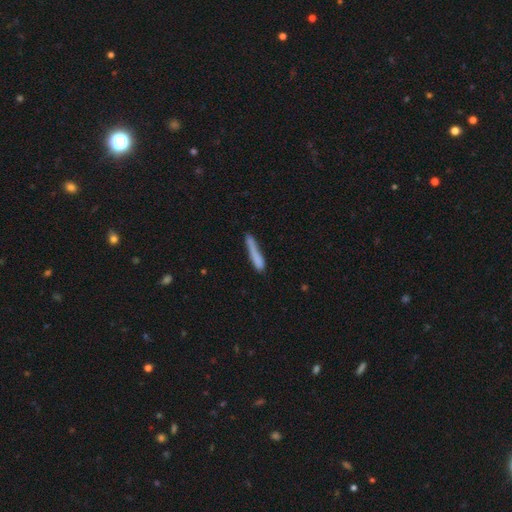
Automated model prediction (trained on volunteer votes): Overall: smooth (76%). How rounded: cigar-shaped (93%). Merging: none (63%).